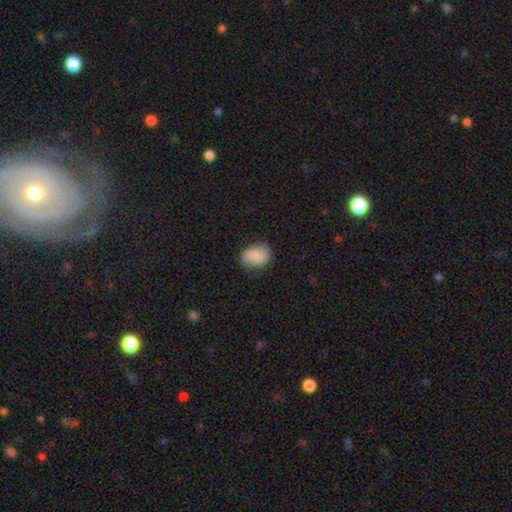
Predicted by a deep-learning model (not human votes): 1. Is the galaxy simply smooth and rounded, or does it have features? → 77% smooth, 16% featured or disk, 7% star or artifact.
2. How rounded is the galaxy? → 63% in between, 35% round, 1% cigar-shaped.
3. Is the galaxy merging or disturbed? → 72% none, 21% minor disturbance, 6% major disturbance, 1% merger.